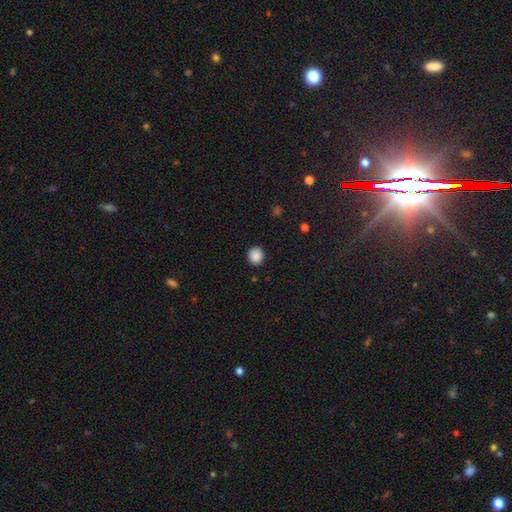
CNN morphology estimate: A smooth galaxy with no disk features (88%) that is round (90%).

Vote fractions:
- Smooth or featured? smooth: 88% / star or artifact: 9% / featured or disk: 3%
- How rounded? round: 90% / in between: 9% / cigar-shaped: 1%
- Merging? none: 91% / minor disturbance: 6% / major disturbance: 2% / merger: 1%